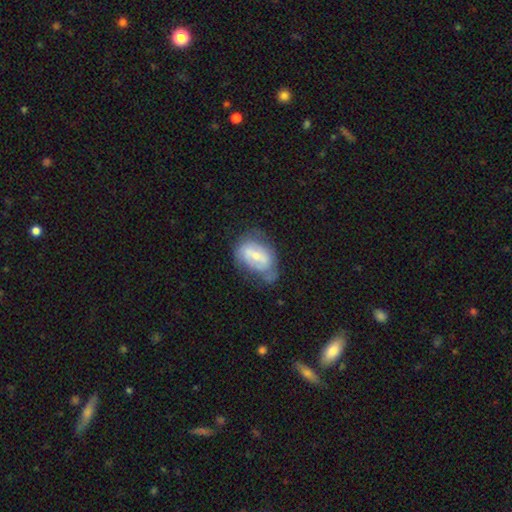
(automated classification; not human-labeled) smooth-or-featured: featured or disk: 51% | smooth: 41% | star or artifact: 7%
  disk-edge-on: no: 94% | yes: 6%
  merging: none: 38% | minor disturbance: 35% | major disturbance: 21% | merger: 6%